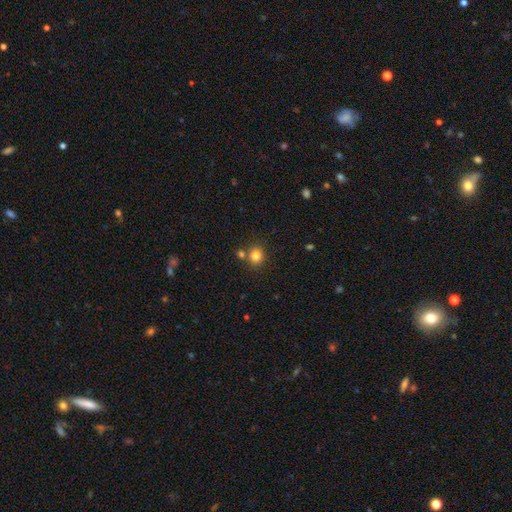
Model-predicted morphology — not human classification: Smooth or featured? smooth (81%)
How rounded? round (75%)
Merging? none (72%)